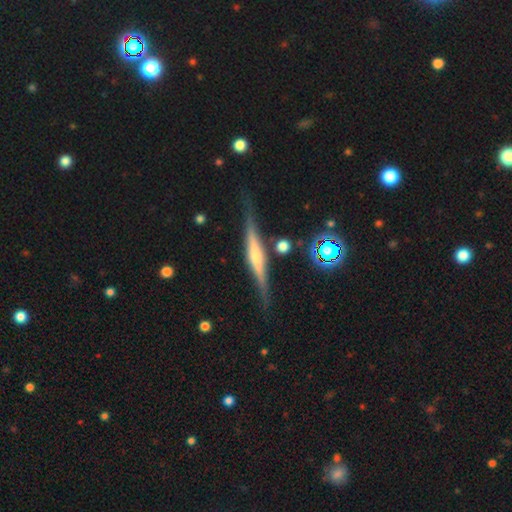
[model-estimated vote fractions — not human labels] This appears to be a featured or disk galaxy (70%) viewed edge-on (97%) with a rounded central bulge (56%). Merging: none (80%).